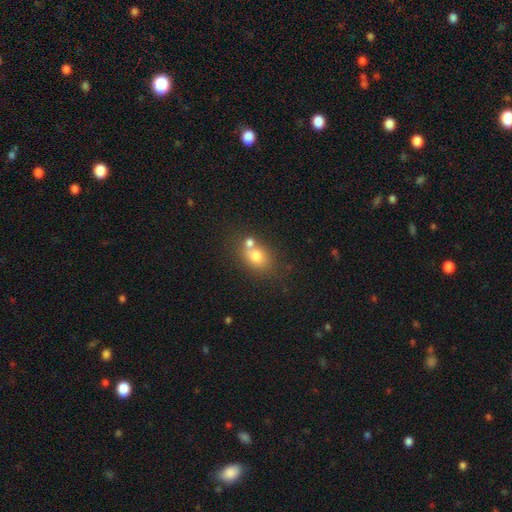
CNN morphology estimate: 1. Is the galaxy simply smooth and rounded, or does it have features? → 73% smooth, 15% featured or disk, 12% star or artifact.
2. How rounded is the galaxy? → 54% in between, 45% round, 2% cigar-shaped.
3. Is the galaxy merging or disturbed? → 46% none, 38% merger, 11% minor disturbance, 5% major disturbance.